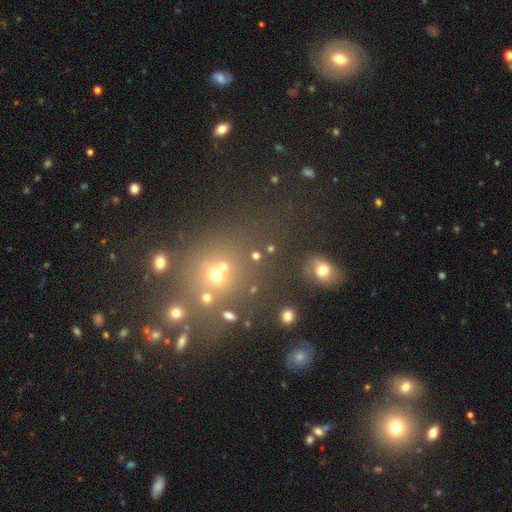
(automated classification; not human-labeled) Smooth or featured? smooth (63%)
How rounded? round (81%)
Merging? none (72%)